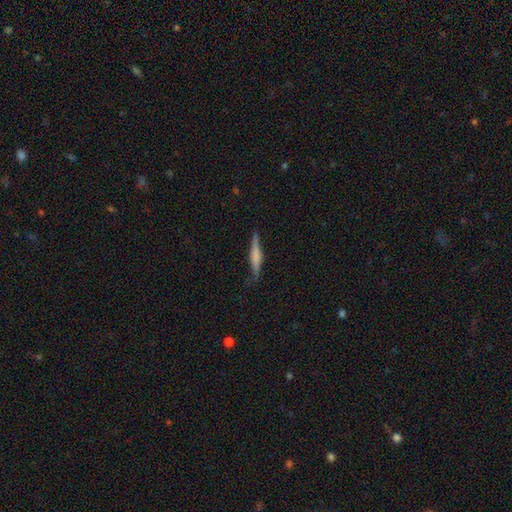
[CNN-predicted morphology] Smooth or featured? featured or disk (50%)
Edge-on disk? yes (96%)
Merging? none (82%)